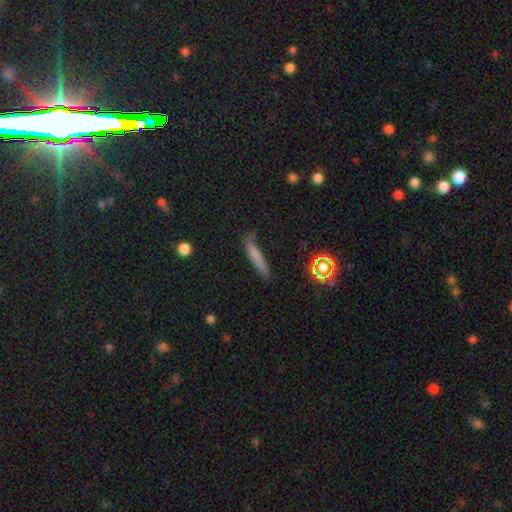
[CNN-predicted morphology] This appears to be a smooth galaxy with no disk features (70%) that is cigar-shaped (88%). Merging: none (63%).